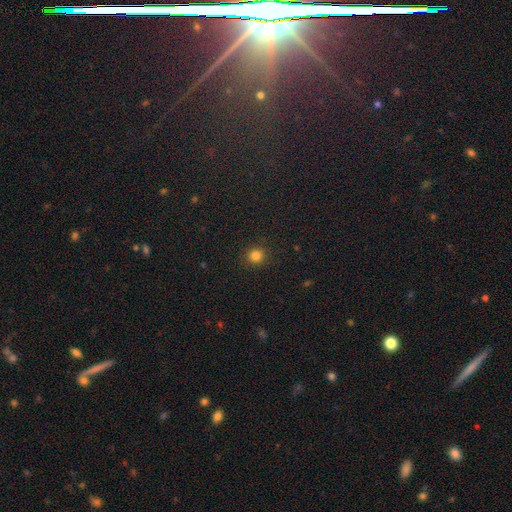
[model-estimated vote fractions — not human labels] Overall: smooth (82%). How rounded: round (92%). Merging: none (91%).